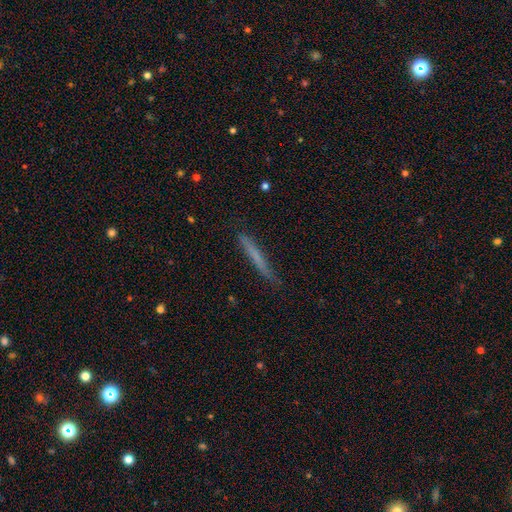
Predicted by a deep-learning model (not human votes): A smooth galaxy with no disk features (60%) that is cigar-shaped (96%). Merging: none (83%).